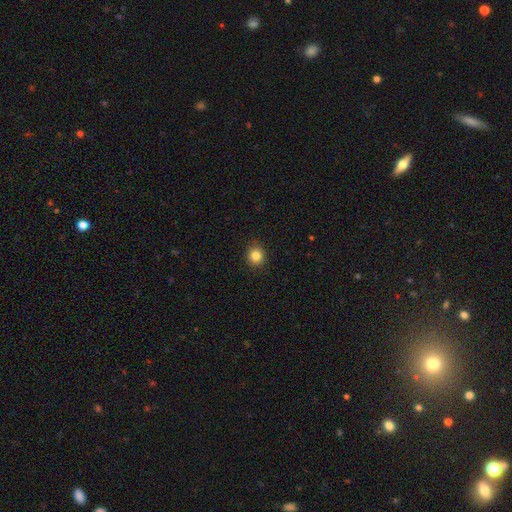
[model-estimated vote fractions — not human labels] The model was most divided on "smooth or featured": smooth: 83%, star or artifact: 11%, featured or disk: 6%. More confident: merging — none (90%); how rounded — round (87%).